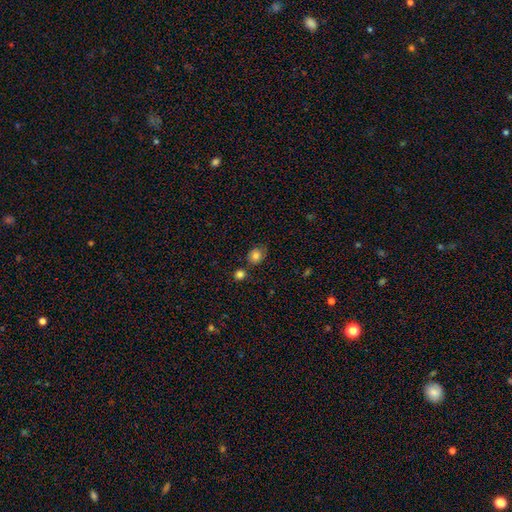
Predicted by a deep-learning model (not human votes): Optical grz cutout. It shows a smooth galaxy with no disk features (81%) that is round (67%). Merging: none (70%).